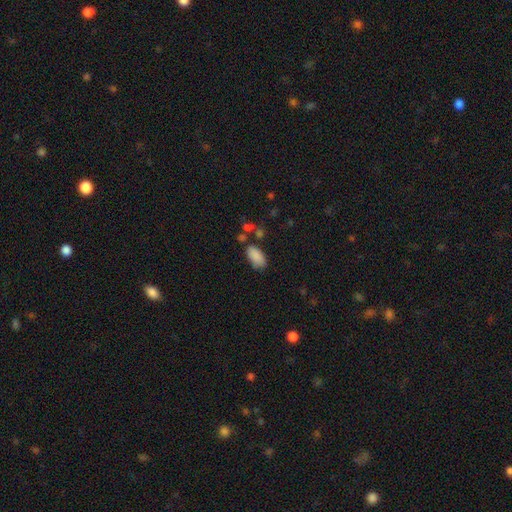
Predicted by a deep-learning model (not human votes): Smooth or featured? smooth (86%)
How rounded? in between (93%)
Merging? none (67%)